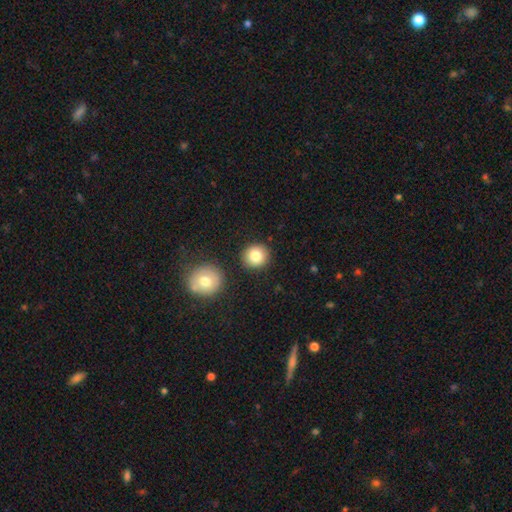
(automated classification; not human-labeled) Smooth or featured? Predicted: smooth (p=0.82). How rounded? Predicted: round (p=0.91). Merging? Predicted: none (p=0.86).